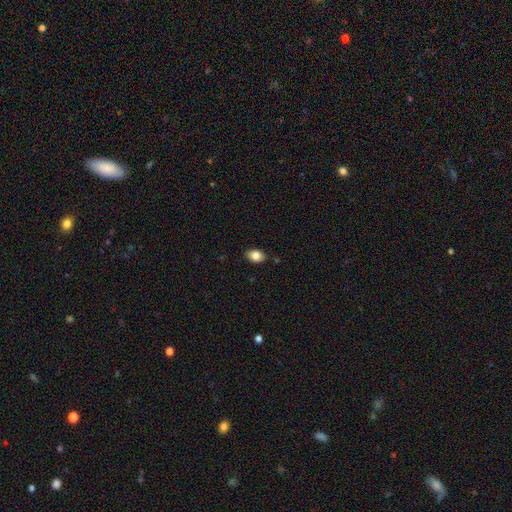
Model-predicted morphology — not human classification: smooth_or_featured: smooth (p=0.84) [alt: star or artifact p=0.08]
how_rounded: in between (p=0.84) [alt: round p=0.15]
merging: none (p=0.85) [alt: minor disturbance p=0.12]